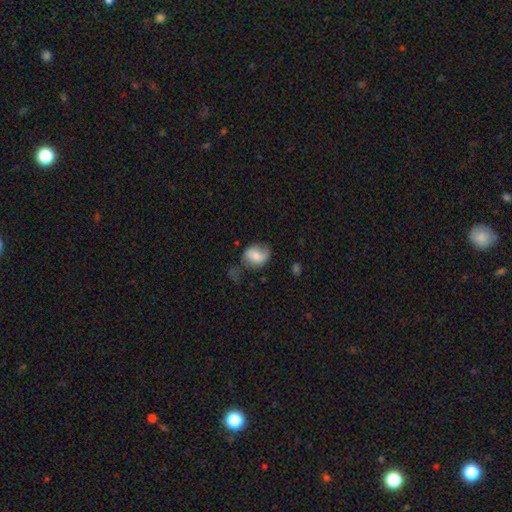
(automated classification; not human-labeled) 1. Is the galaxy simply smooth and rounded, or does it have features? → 67% smooth, 25% featured or disk, 8% star or artifact.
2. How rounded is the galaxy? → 56% in between, 43% round, 1% cigar-shaped.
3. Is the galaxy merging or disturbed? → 54% none, 30% minor disturbance, 12% major disturbance, 4% merger.